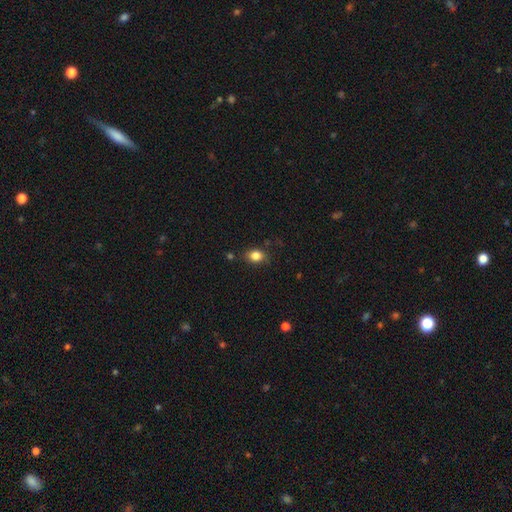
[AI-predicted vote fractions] This appears to be a smooth galaxy with no disk features (84%) that is in between round and cigar-shaped (61%). Merging: none (79%).